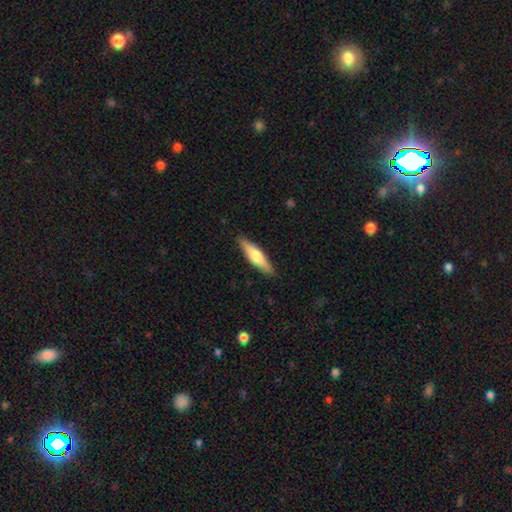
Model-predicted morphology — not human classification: Q: Smooth or featured?
A: smooth (57%); runner-up: featured or disk (38%)
Q: How rounded?
A: cigar-shaped (71%); runner-up: in between (28%)
Q: Merging?
A: none (89%); runner-up: minor disturbance (9%)